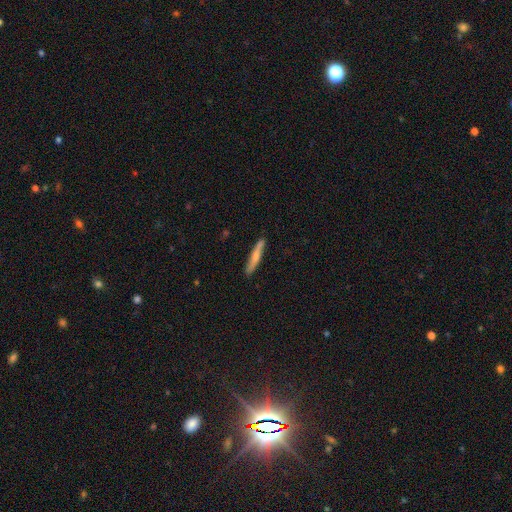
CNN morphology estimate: Smooth or featured?
  - smooth: 57% *
  - featured or disk: 38%
  - star or artifact: 5%
How rounded?
  - cigar-shaped: 94% *
  - in between: 4%
  - round: 1%
Merging?
  - none: 86% *
  - minor disturbance: 11%
  - major disturbance: 2%
  - merger: 2%